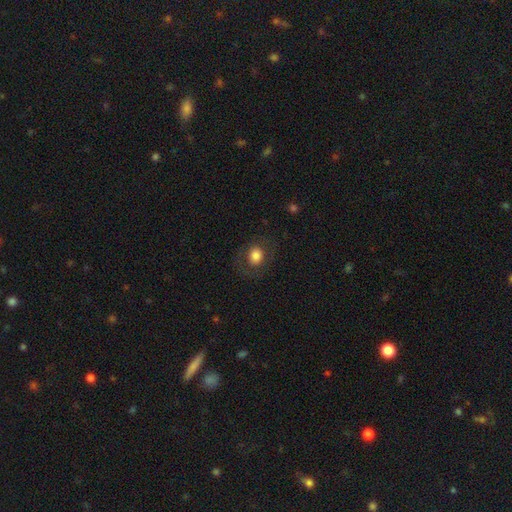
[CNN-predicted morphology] Overall: smooth (77%). How rounded: round (63%; in between 36%). Merging: none (80%).